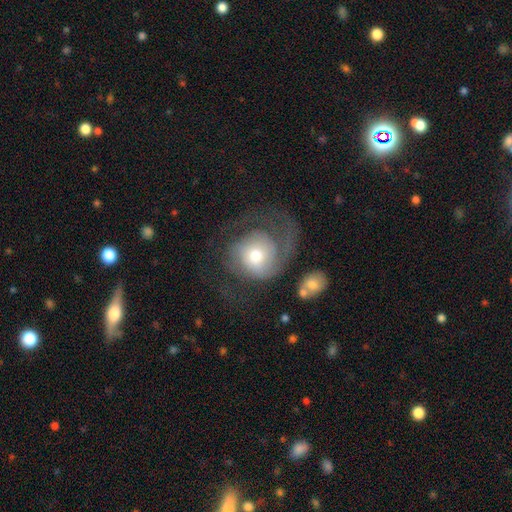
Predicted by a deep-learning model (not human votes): A featured or disk galaxy (68%) with no bar (74%), 2 (39%) medium (40%) spiral arms (87%) and a moderate central bulge (58%). Merging: major disturbance (43%).